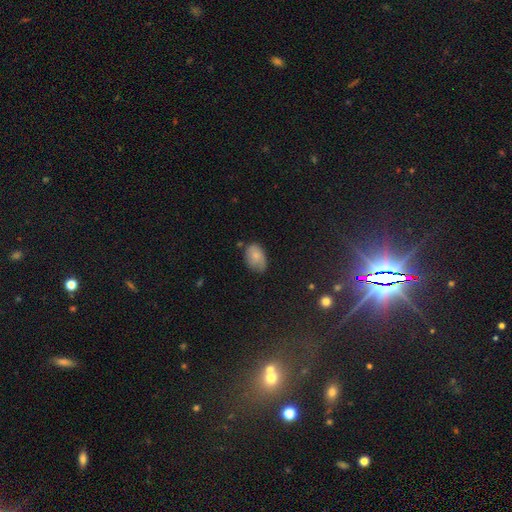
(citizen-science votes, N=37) smooth_or_featured: smooth (p=0.84) [alt: featured or disk p=0.14]
how_rounded: in between (p=0.74) [alt: round p=0.23]
merging: none (p=0.81) [alt: minor disturbance p=0.14]